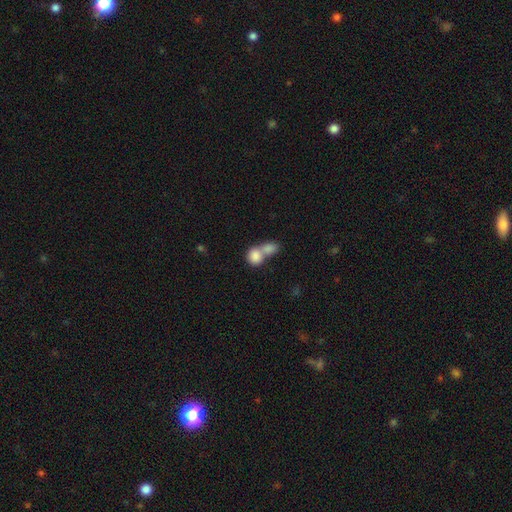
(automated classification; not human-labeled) Smooth or featured: smooth — 84% (featured or disk — 9%)
How rounded: round — 66% (in between — 32%)
Merging: merger — 69% (none — 23%)